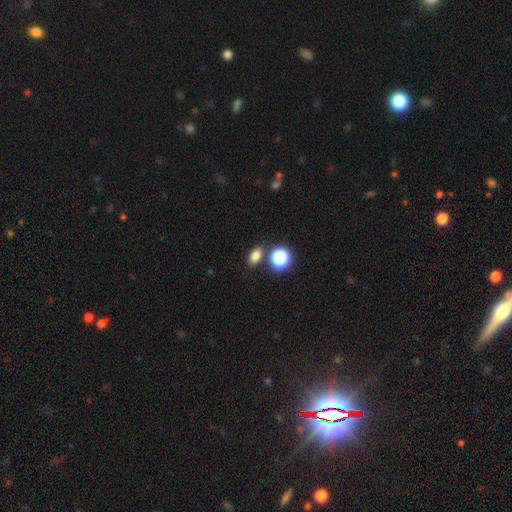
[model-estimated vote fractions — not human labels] Q: Smooth or featured?
A: smooth (78%); runner-up: star or artifact (16%)
Q: How rounded?
A: in between (74%); runner-up: round (24%)
Q: Merging?
A: none (77%); runner-up: merger (10%)